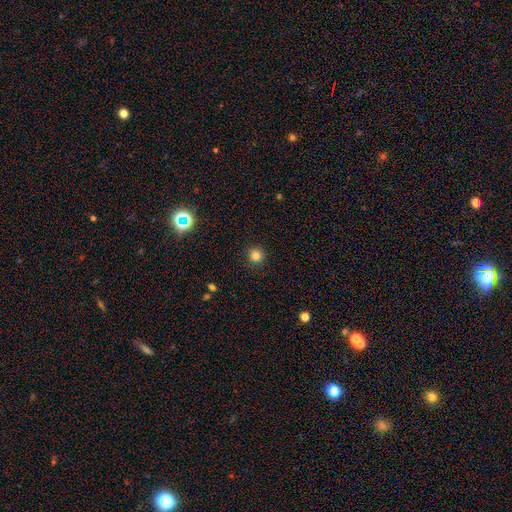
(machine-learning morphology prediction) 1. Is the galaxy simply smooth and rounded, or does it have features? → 82% smooth, 13% star or artifact, 5% featured or disk.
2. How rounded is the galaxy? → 93% round, 6% in between, 1% cigar-shaped.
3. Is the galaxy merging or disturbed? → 89% none, 8% minor disturbance, 2% major disturbance, 1% merger.